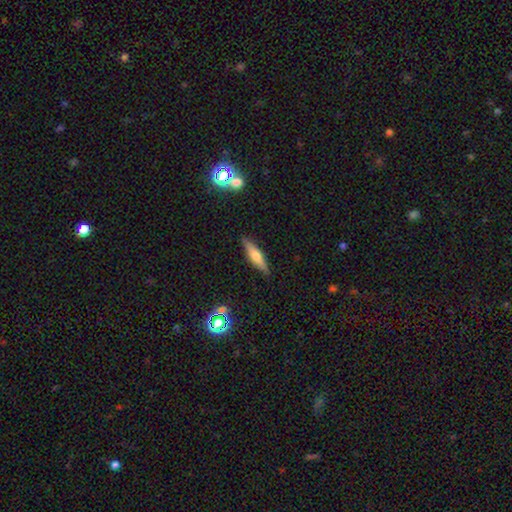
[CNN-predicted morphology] smooth 48%, featured or disk 44%, star or artifact 8%. Down the decision tree: merging — none (88%).